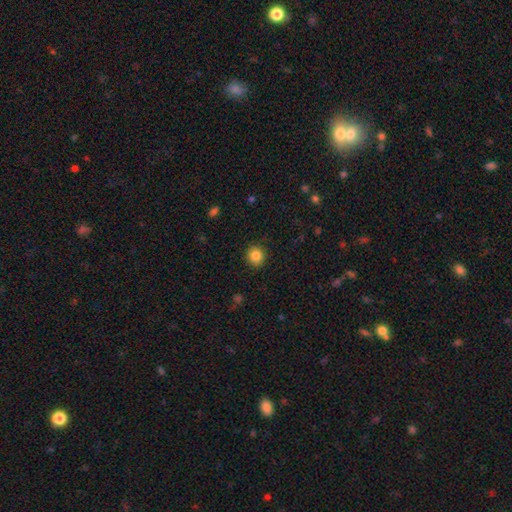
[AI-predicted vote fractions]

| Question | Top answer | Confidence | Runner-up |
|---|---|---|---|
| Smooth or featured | smooth | 85% | star or artifact (10%) |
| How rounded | round | 89% | in between (10%) |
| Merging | none | 90% | minor disturbance (7%) |